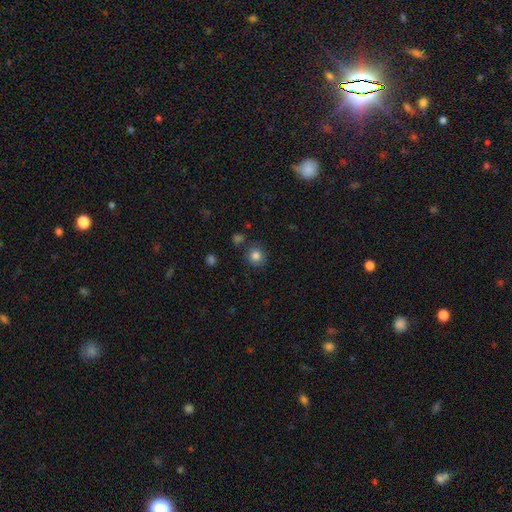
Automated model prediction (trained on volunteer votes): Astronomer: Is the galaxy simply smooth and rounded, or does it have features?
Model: smooth — 83%.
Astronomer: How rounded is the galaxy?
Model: round — 90%.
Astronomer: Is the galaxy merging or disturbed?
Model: none — 84%.